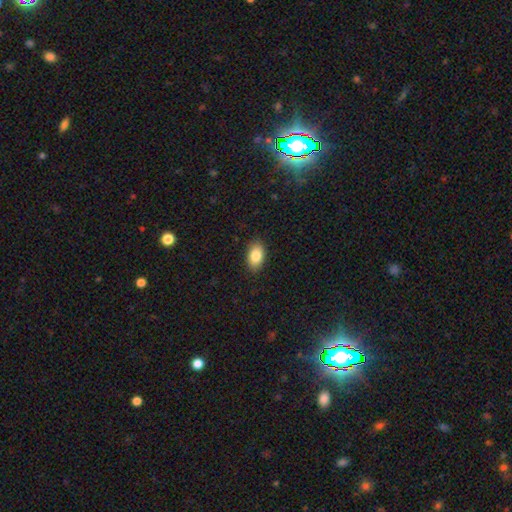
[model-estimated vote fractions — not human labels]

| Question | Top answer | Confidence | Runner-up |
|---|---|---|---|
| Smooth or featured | smooth | 85% | star or artifact (7%) |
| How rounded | in between | 90% | round (8%) |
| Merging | none | 87% | minor disturbance (10%) |